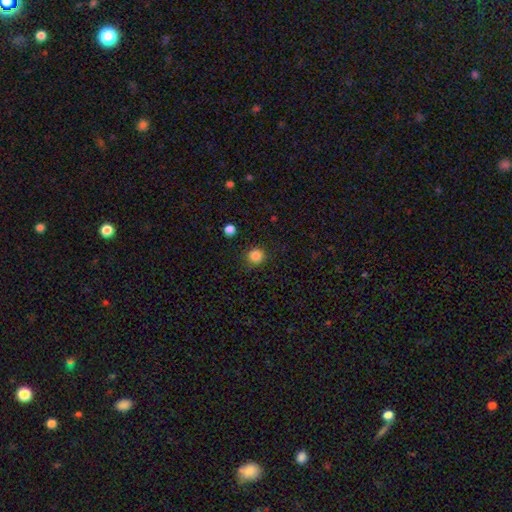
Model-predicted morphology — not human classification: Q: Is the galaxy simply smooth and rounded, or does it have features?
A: smooth — 85%.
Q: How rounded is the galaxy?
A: round — 92%.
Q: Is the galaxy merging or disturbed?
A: none — 88%.